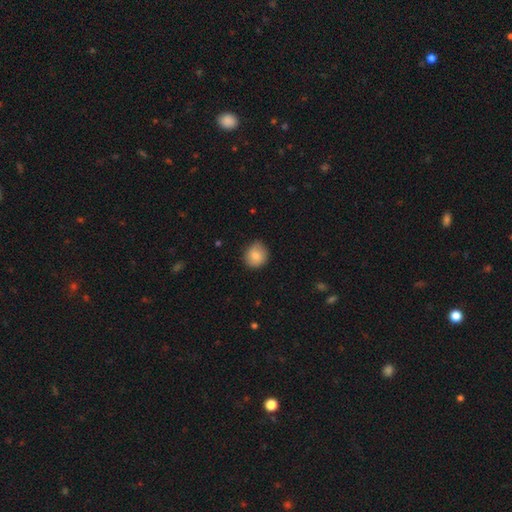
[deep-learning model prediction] smooth 83%, featured or disk 9%, star or artifact 8%. Down the decision tree: how rounded — round (82%); merging — none (78%).